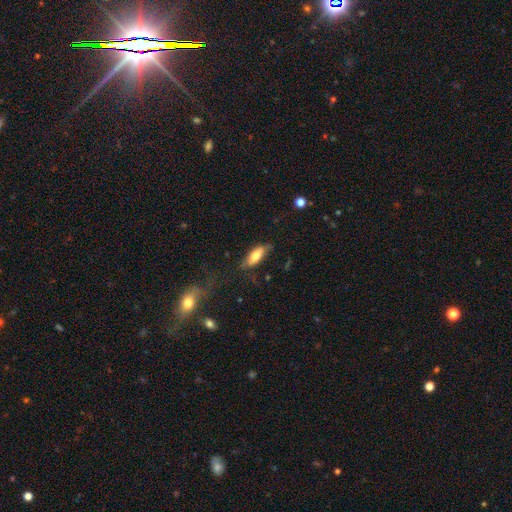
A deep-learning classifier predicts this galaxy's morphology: Smooth or featured?
  - smooth: 69% *
  - featured or disk: 25%
  - star or artifact: 7%
How rounded?
  - in between: 65% *
  - cigar-shaped: 33%
  - round: 2%
Merging?
  - none: 67% *
  - minor disturbance: 23%
  - major disturbance: 8%
  - merger: 2%